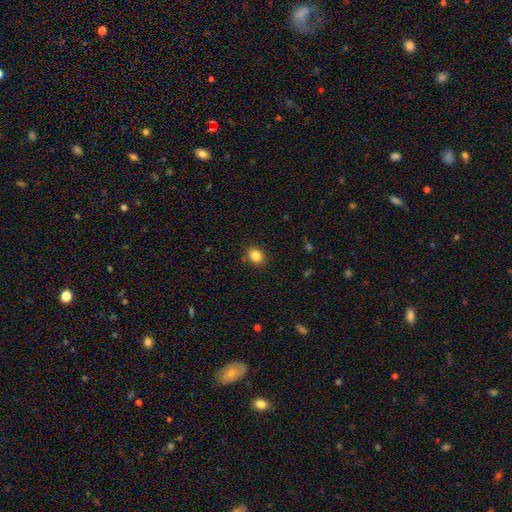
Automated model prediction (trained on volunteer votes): Smooth or featured?
  - smooth: 84% *
  - star or artifact: 11%
  - featured or disk: 6%
How rounded?
  - round: 57% *
  - in between: 42%
  - cigar-shaped: 1%
Merging?
  - none: 87% *
  - minor disturbance: 8%
  - major disturbance: 2%
  - merger: 2%